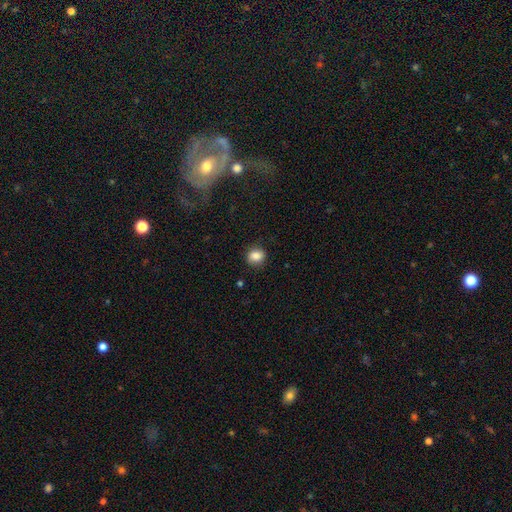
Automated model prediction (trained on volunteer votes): Smooth or featured? smooth (84%)
How rounded? round (74%)
Merging? none (85%)